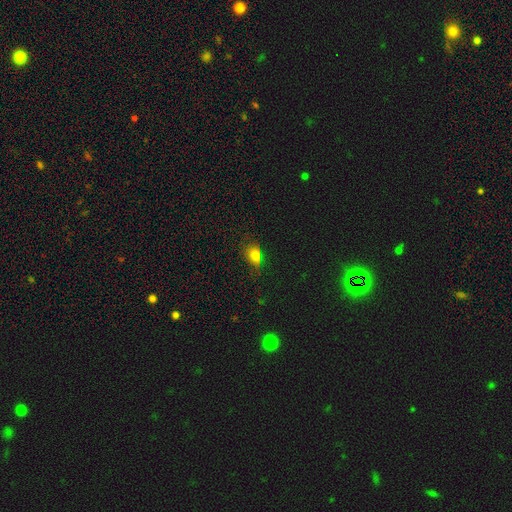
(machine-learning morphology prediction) Smooth or featured? smooth (70%)
How rounded? in between (65%)
Merging? none (61%)